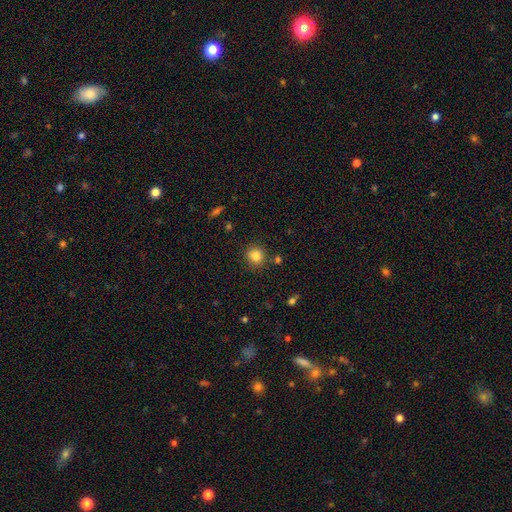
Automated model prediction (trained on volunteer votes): smooth-or-featured: smooth: 84% | star or artifact: 11% | featured or disk: 6%
  how-rounded: round: 88% | in between: 11% | cigar-shaped: 1%
  merging: none: 85% | minor disturbance: 9% | merger: 4% | major disturbance: 3%